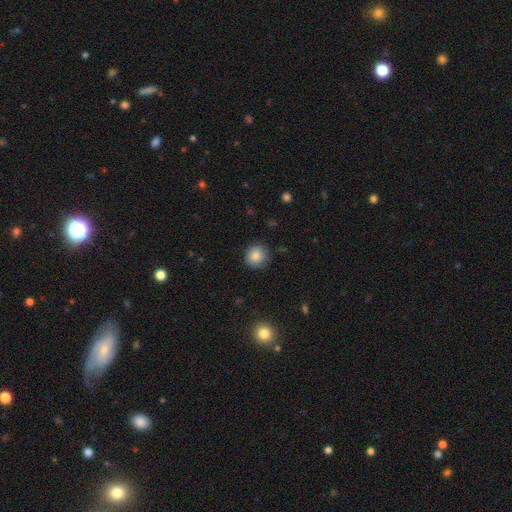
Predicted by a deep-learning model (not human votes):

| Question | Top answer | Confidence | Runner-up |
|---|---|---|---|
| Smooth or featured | smooth | 83% | star or artifact (10%) |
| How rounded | round | 92% | in between (7%) |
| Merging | none | 88% | minor disturbance (9%) |